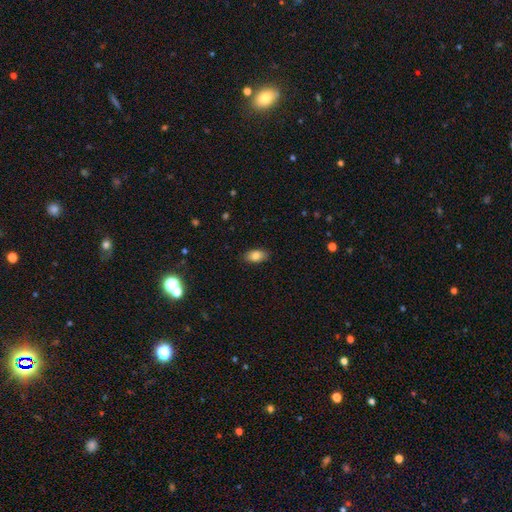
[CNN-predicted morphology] Smooth or featured: smooth — 82% (featured or disk — 10%)
How rounded: in between — 91% (round — 6%)
Merging: none — 87% (minor disturbance — 10%)